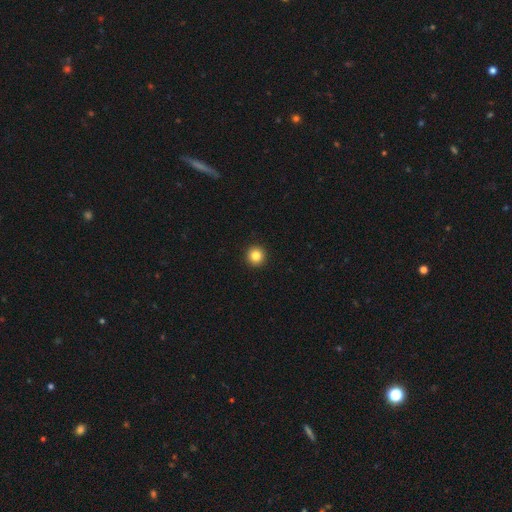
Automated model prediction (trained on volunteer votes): Smooth or featured?
  - smooth: 84% *
  - star or artifact: 11%
  - featured or disk: 5%
How rounded?
  - round: 96% *
  - in between: 3%
  - cigar-shaped: 1%
Merging?
  - none: 94% *
  - minor disturbance: 4%
  - major disturbance: 1%
  - merger: 1%